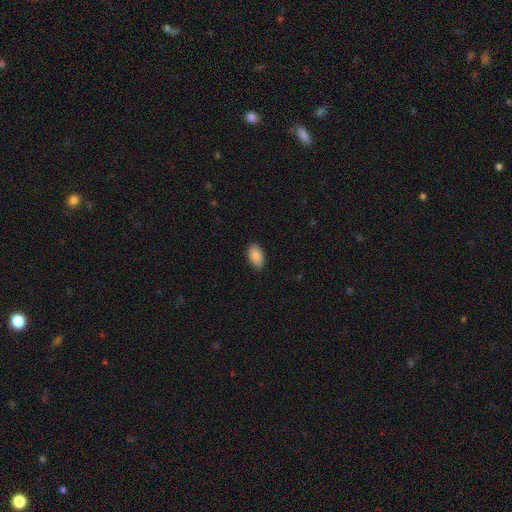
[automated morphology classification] This appears to be a smooth galaxy with no disk features (89%) that is in between round and cigar-shaped (94%). Merging: none (86%).